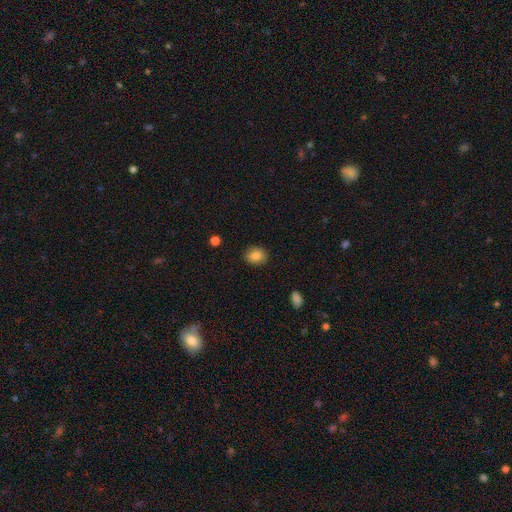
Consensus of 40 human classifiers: This is clearly a smooth galaxy (88%). How rounded: likely round (63%). Merging: clearly none (92%).